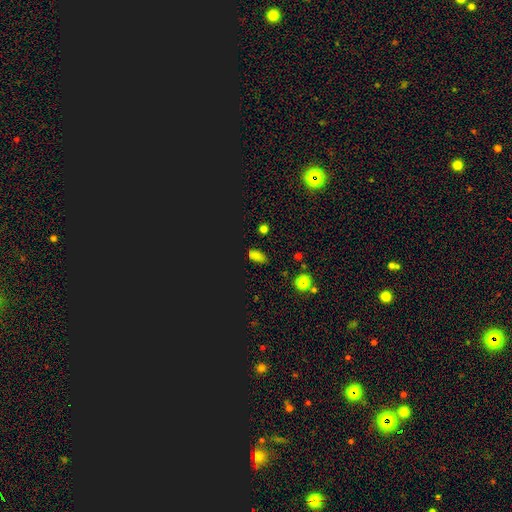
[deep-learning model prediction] A smooth galaxy with no disk features (59%) that is in between round and cigar-shaped (84%). Merging: none (76%).